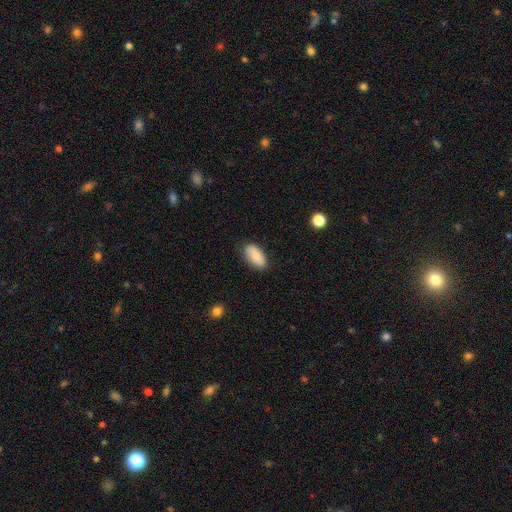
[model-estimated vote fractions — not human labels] smooth_or_featured: smooth (p=0.78) [alt: featured or disk p=0.15]
how_rounded: in between (p=0.94) [alt: round p=0.03]
merging: none (p=0.80) [alt: minor disturbance p=0.16]